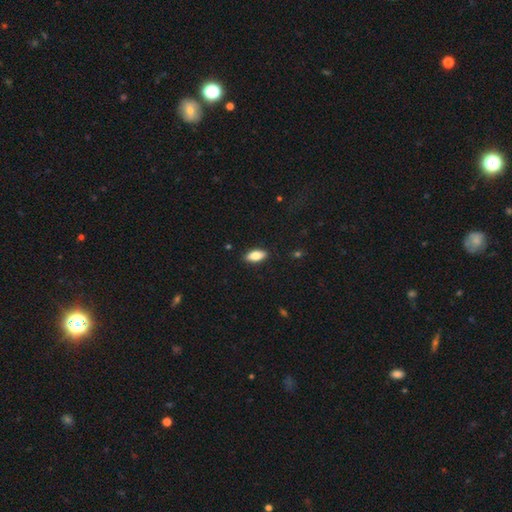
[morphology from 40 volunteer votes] This appears to be a smooth galaxy with no disk features (85%) that is in between round and cigar-shaped (85%). Merging: none (78%).